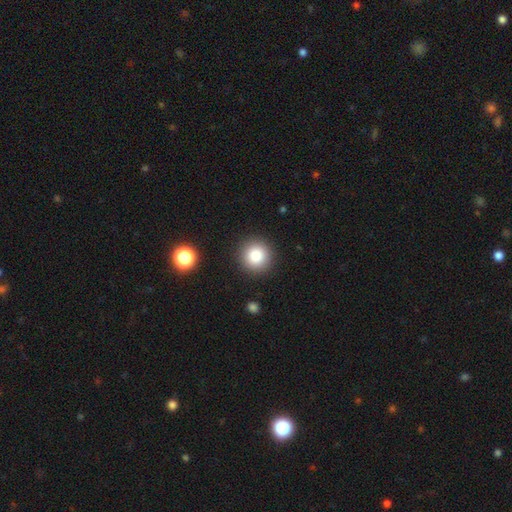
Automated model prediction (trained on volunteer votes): Smooth or featured? Predicted: smooth (p=0.82). How rounded? Predicted: round (p=0.95). Merging? Predicted: none (p=0.91).